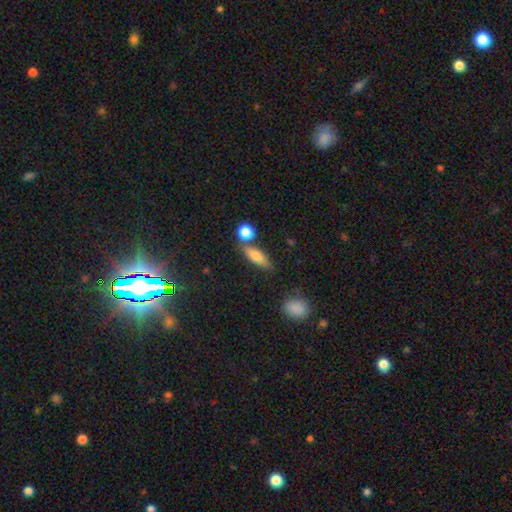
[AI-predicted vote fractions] Q: Smooth or featured?
A: smooth (73%); runner-up: featured or disk (18%)
Q: How rounded?
A: in between (51%); runner-up: cigar-shaped (43%)
Q: Merging?
A: none (67%); runner-up: merger (15%)